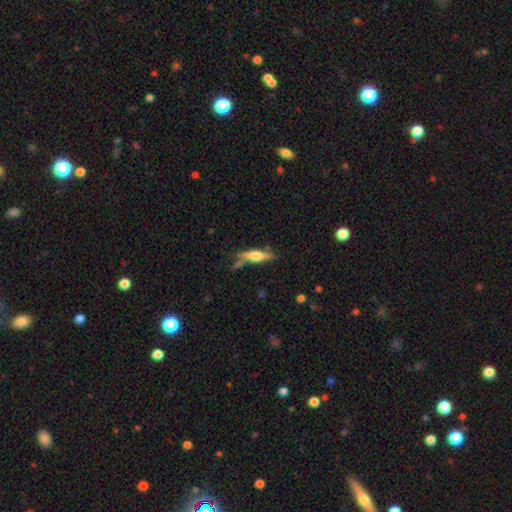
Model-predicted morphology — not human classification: A featured or disk galaxy (53%) viewed edge-on (94%).

Vote fractions:
- Smooth or featured? featured or disk: 53% / smooth: 41% / star or artifact: 6%
- Edge-on disk? yes: 94% / no: 6%
- Merging? none: 68% / minor disturbance: 17% / merger: 9% / major disturbance: 5%